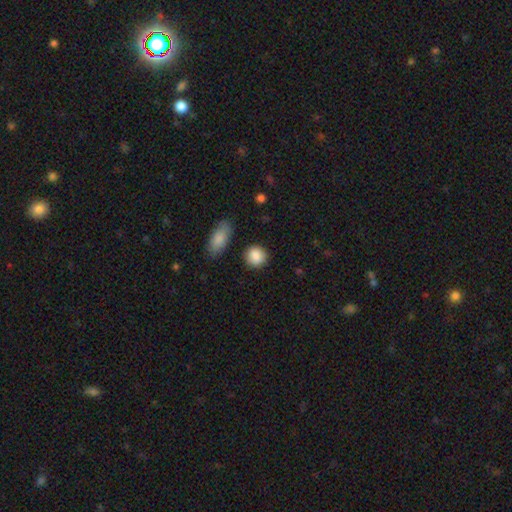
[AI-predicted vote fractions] Overall: smooth (88%). How rounded: round (84%). Merging: none (86%).